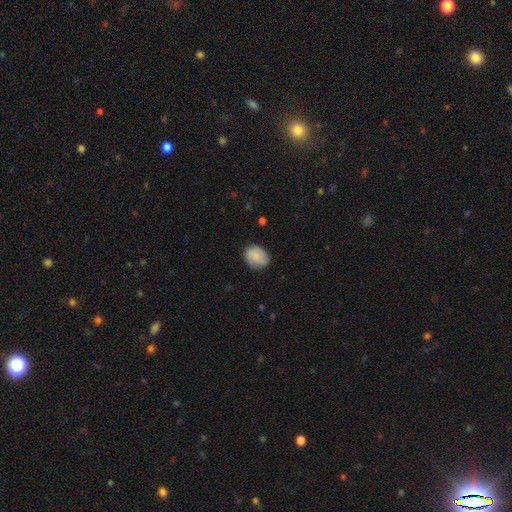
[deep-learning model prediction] This is clearly a smooth galaxy (82%). How rounded: possibly in between (52%). Merging: likely none (77%).